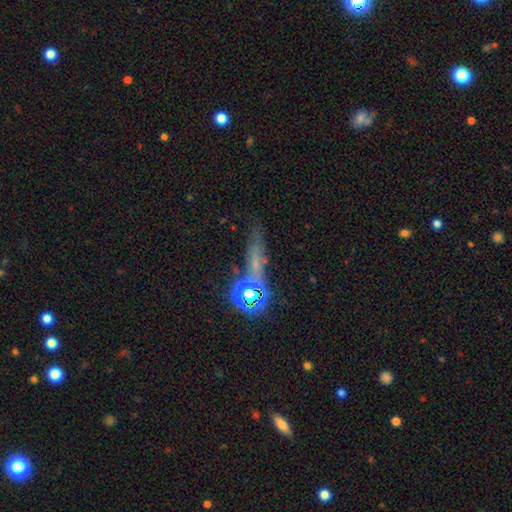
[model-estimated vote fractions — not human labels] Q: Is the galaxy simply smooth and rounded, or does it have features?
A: star or artifact — 47%.